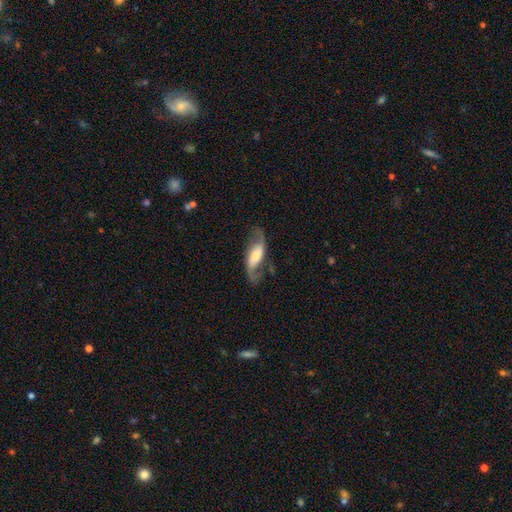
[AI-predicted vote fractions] The model was most divided on "bar": weak: 37%, strong: 33%, no: 30%. Remaining: spiral arms — yes (93%); edge-on disk — no (92%); spiral arm count — 2 (91%); smooth or featured — featured or disk (79%); spiral winding — loose (69%); merging — none (68%); bulge size — moderate (37%).